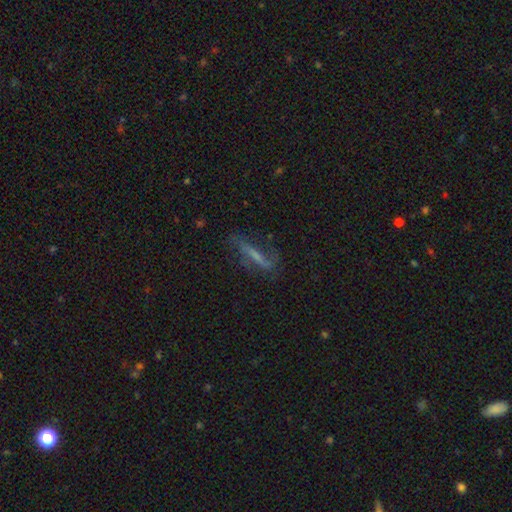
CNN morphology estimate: featured or disk 58%, smooth 31%, star or artifact 11%. Down the decision tree: edge-on disk — no (55%); merging — none (59%).